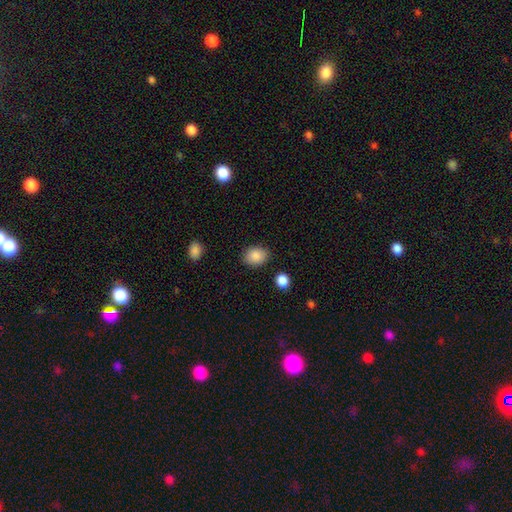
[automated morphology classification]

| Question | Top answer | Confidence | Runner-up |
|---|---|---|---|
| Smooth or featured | smooth | 87% | star or artifact (8%) |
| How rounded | in between | 62% | round (37%) |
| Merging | none | 85% | minor disturbance (10%) |